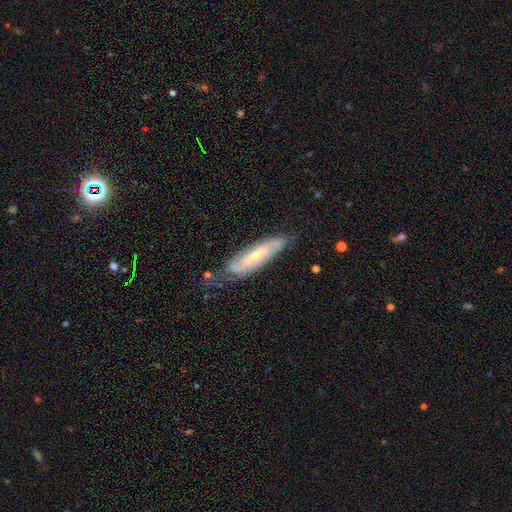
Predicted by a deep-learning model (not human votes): A featured or disk galaxy (67%). Merging: none (66%).